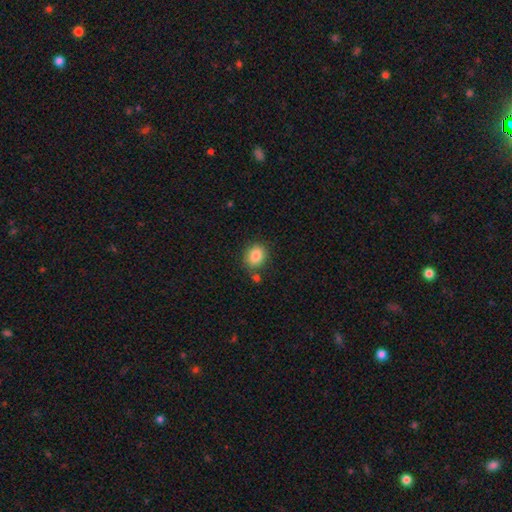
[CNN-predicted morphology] A smooth galaxy with no disk features (85%) that is round (54%).

Vote fractions:
- Smooth or featured? smooth: 85% / star or artifact: 9% / featured or disk: 6%
- How rounded? round: 54% / in between: 45% / cigar-shaped: 1%
- Merging? none: 77% / minor disturbance: 12% / merger: 8% / major disturbance: 3%